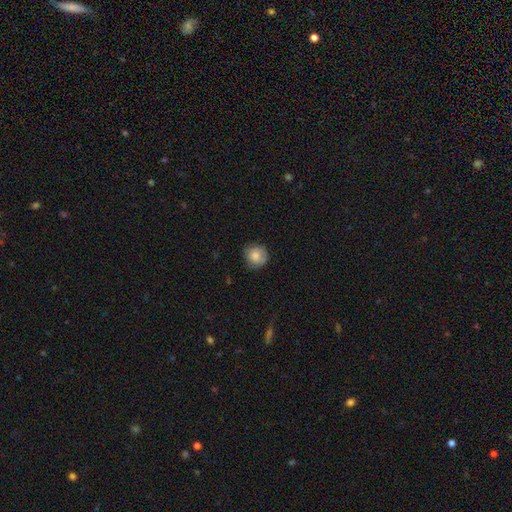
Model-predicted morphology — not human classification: Smooth or featured? Predicted: smooth (p=0.82). How rounded? Predicted: round (p=0.90). Merging? Predicted: none (p=0.76).